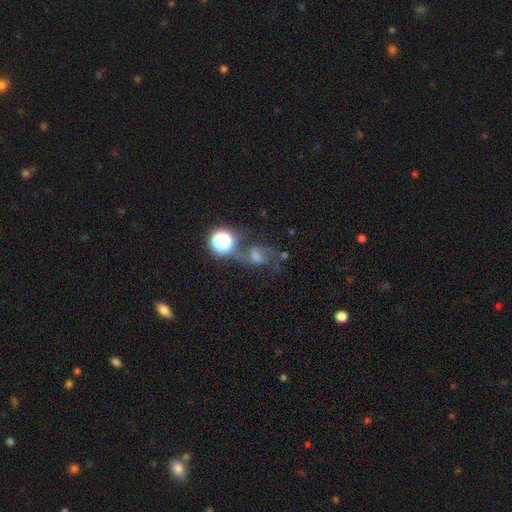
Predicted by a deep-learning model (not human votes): smooth-or-featured: featured or disk: 58% | star or artifact: 26% | smooth: 16%
  disk-edge-on: no: 96% | yes: 4%
    bar: weak: 47% | no: 34% | strong: 19%
    has-spiral-arms: yes: 91% | no: 9%
    bulge-size: moderate: 38% | small: 31% | none: 17% | large: 11% | dominant: 3%
  merging: none: 57% | minor disturbance: 16% | major disturbance: 14% | merger: 13%